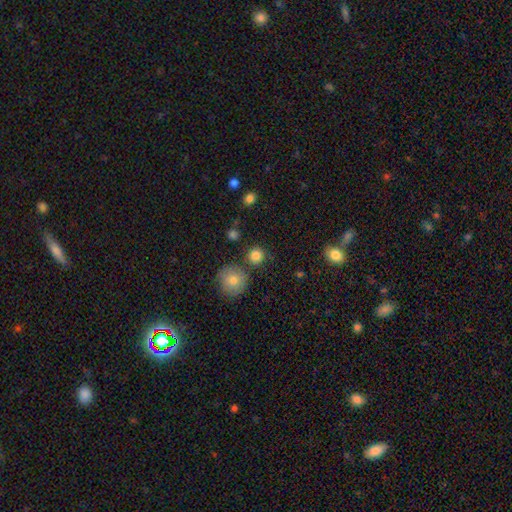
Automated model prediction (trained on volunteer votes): A smooth galaxy with no disk features (83%) that is round (93%). Merging: none (79%).